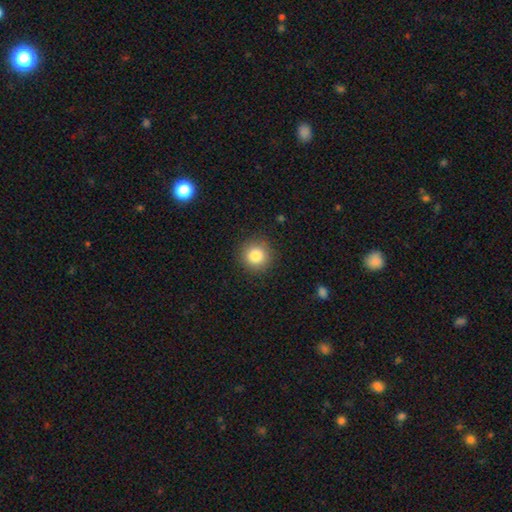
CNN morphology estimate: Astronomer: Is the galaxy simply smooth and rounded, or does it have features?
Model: smooth — 83%.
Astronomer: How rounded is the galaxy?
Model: round — 94%.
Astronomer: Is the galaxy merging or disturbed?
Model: none — 90%.